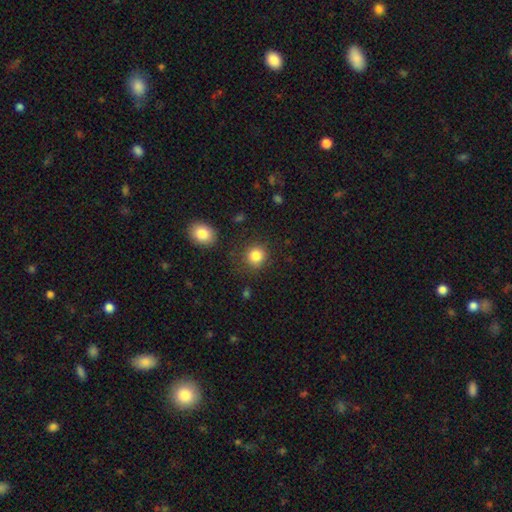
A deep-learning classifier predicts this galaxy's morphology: Smooth or featured? smooth (85%)
How rounded? round (87%)
Merging? none (83%)